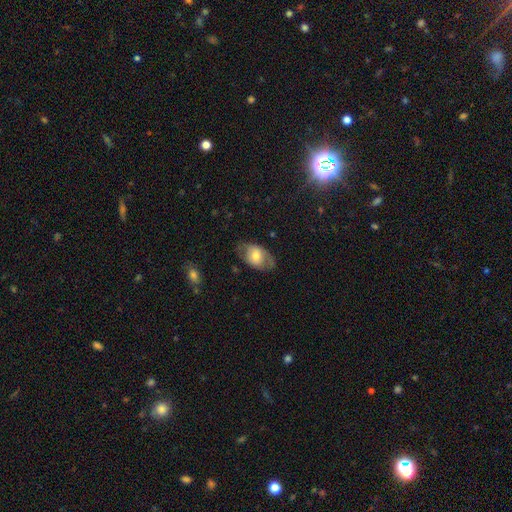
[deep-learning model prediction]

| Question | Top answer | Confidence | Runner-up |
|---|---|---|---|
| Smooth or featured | smooth | 57% | featured or disk (36%) |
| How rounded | in between | 82% | round (16%) |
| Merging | none | 63% | minor disturbance (24%) |